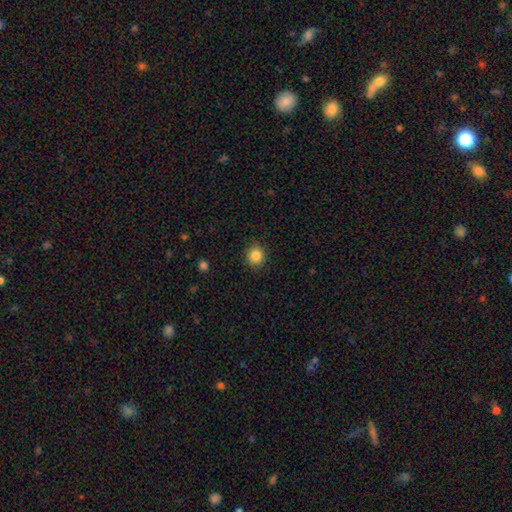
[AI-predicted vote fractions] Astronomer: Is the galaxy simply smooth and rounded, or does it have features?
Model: smooth — 85%.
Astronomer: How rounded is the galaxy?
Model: round — 85%.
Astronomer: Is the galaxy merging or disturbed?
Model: none — 91%.